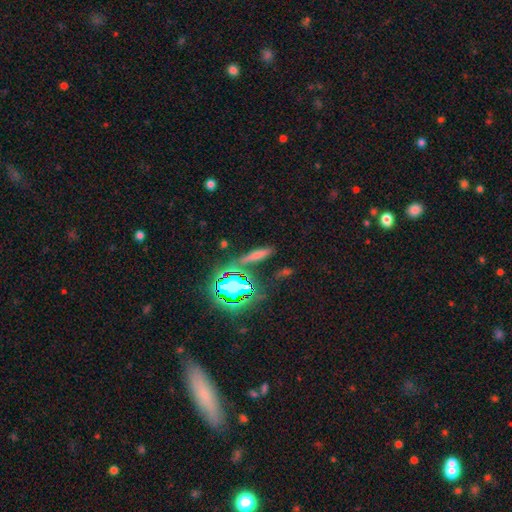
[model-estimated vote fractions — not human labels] smooth 57%, star or artifact 28%, featured or disk 15%. Down the decision tree: how rounded — cigar-shaped (75%); merging — none (76%).